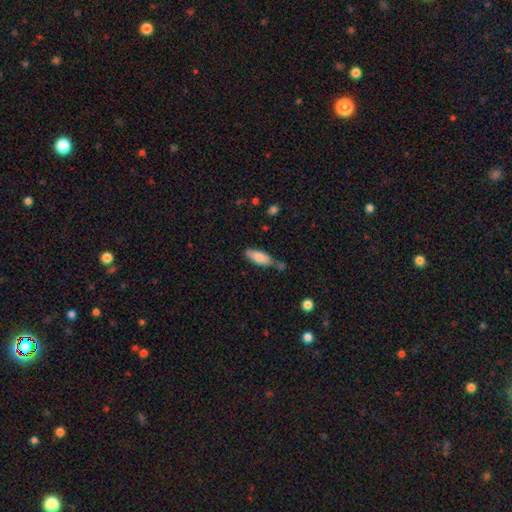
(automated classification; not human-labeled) This is clearly a smooth galaxy (81%). How rounded: likely in between (71%). Merging: likely none (63%).